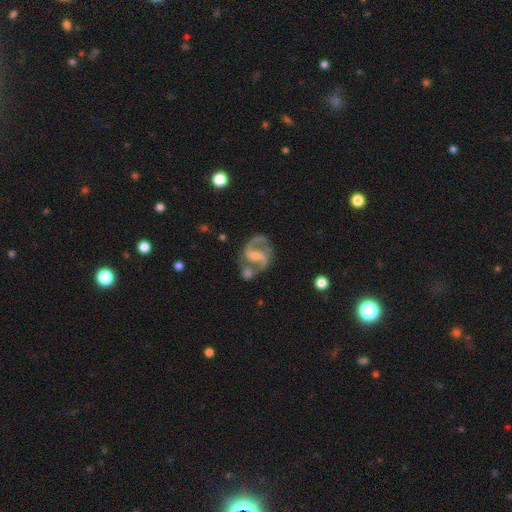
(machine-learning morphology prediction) type=featured or disk (91%); edge-on=no (98%); bar=weak (47%); spiral arms=yes (98%); winding=medium (64%); arm count=2 (92%); bulge=small (51%); merging=none (56%).